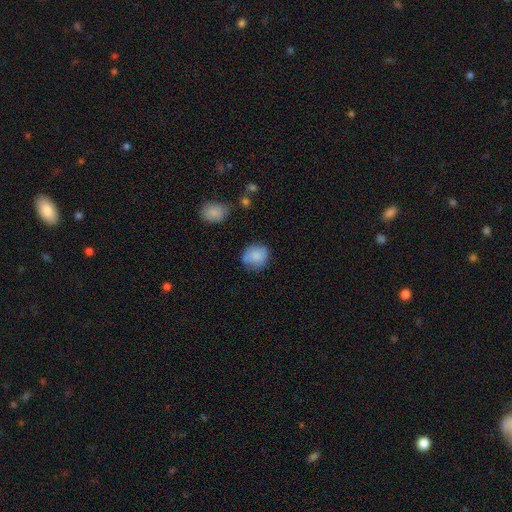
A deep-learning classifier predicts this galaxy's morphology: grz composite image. It shows a smooth galaxy with no disk features (86%) that is round (75%). Merging: none (72%).